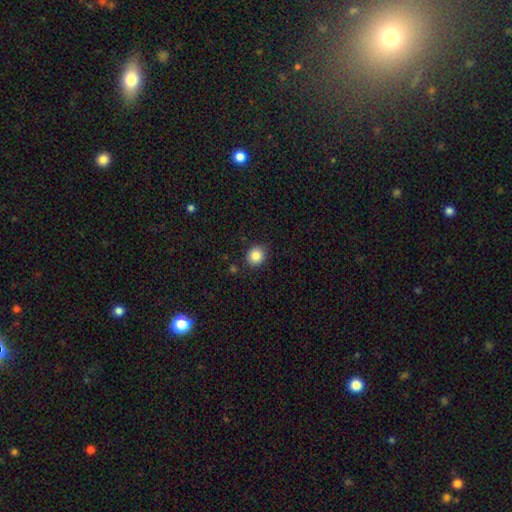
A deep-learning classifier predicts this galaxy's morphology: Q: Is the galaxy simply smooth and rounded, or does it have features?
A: smooth — 85%.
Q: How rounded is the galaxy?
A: round — 82%.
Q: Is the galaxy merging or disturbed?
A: none — 88%.